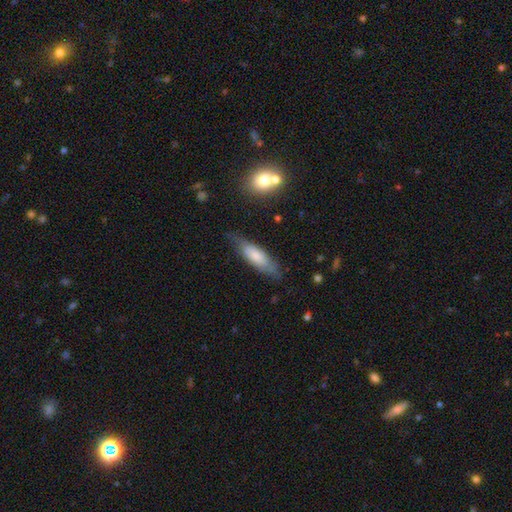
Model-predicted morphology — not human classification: Smooth or featured? Predicted: smooth (p=0.65). How rounded? Predicted: cigar-shaped (p=0.53). Merging? Predicted: none (p=0.69).